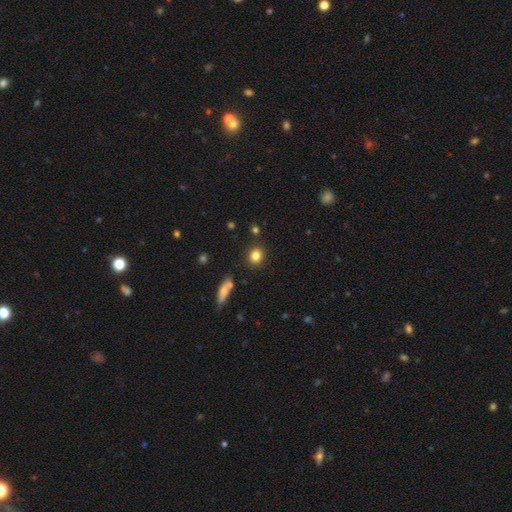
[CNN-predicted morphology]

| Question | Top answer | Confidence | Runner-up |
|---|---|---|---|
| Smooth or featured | smooth | 82% | star or artifact (11%) |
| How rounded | round | 79% | in between (20%) |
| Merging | none | 86% | minor disturbance (8%) |